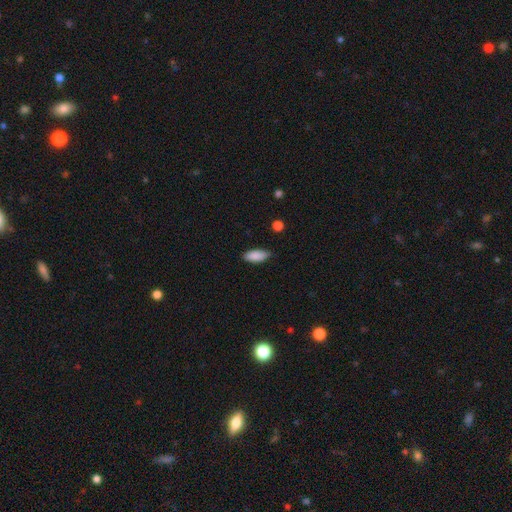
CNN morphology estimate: Q: Smooth or featured?
A: smooth (88%); runner-up: star or artifact (6%)
Q: How rounded?
A: in between (83%); runner-up: cigar-shaped (15%)
Q: Merging?
A: none (83%); runner-up: minor disturbance (14%)